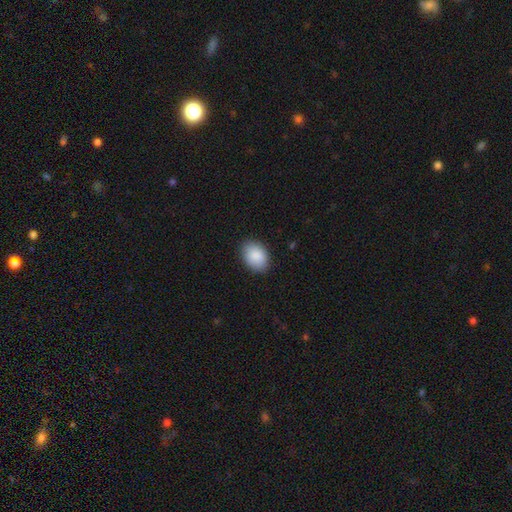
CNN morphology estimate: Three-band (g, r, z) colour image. It shows a smooth galaxy with no disk features (89%) that is in between round and cigar-shaped (80%). Merging: none (87%).